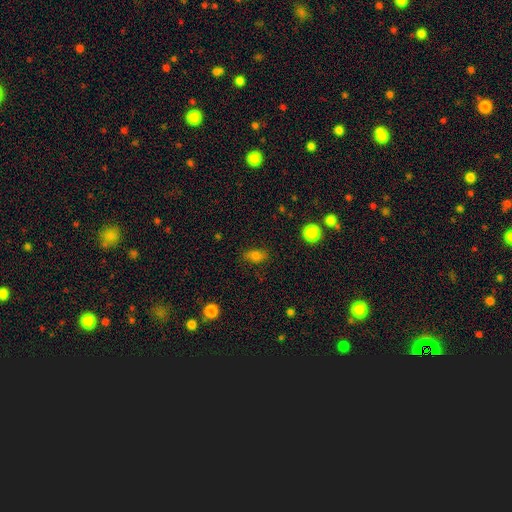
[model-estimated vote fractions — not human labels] smooth_or_featured: smooth (p=0.78) [alt: star or artifact p=0.12]
how_rounded: in between (p=0.82) [alt: round p=0.13]
merging: none (p=0.81) [alt: minor disturbance p=0.14]